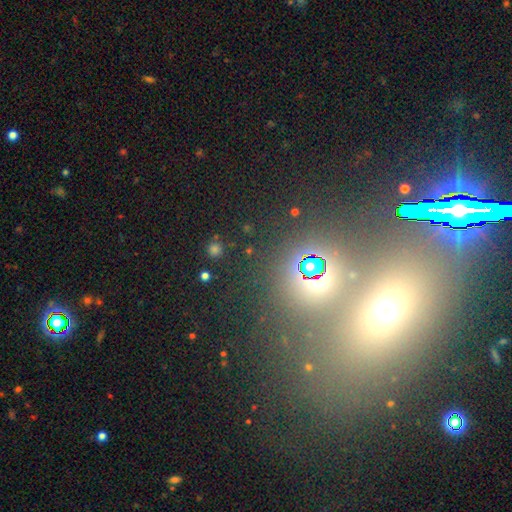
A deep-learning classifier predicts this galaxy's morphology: Smooth or featured: star or artifact — 59% (smooth — 29%)